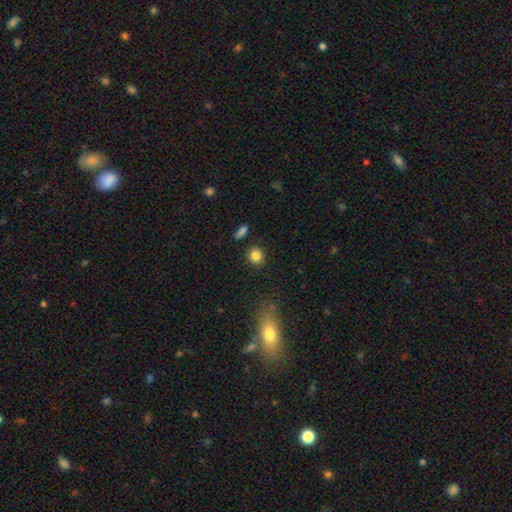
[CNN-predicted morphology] Overall: smooth (84%). How rounded: round (87%). Merging: none (87%).